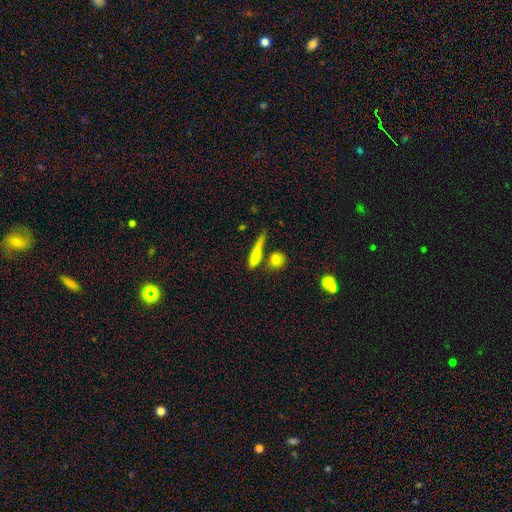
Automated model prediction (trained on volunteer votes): smooth 75%, featured or disk 17%, star or artifact 8%. Down the decision tree: how rounded — cigar-shaped (78%); merging — none (57%).